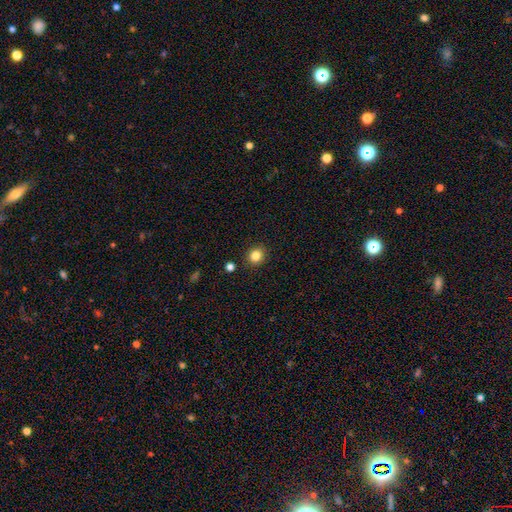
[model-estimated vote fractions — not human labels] smooth 84%, star or artifact 11%, featured or disk 5%. Down the decision tree: how rounded — round (82%); merging — none (89%).